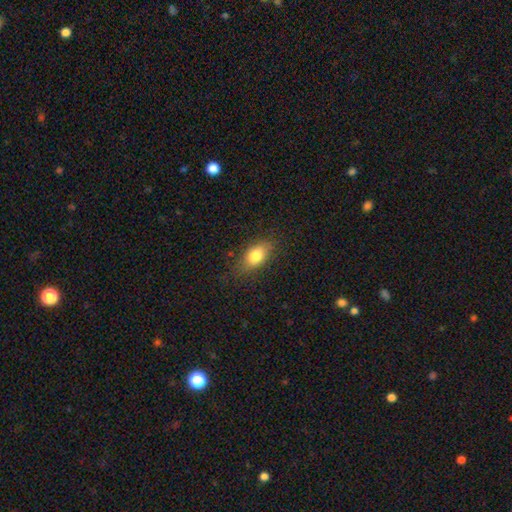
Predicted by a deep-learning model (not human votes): Overall: smooth (79%). How rounded: in between (83%). Merging: none (77%).